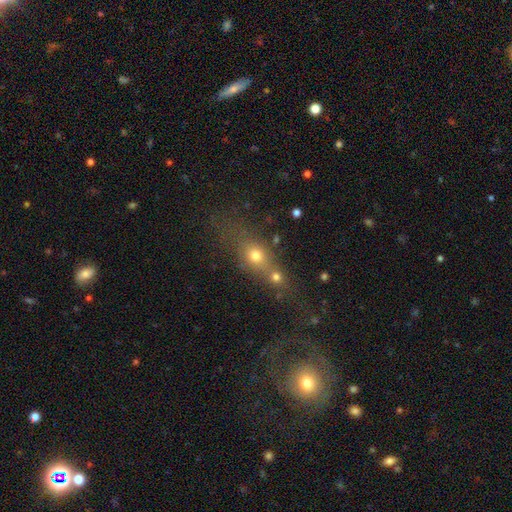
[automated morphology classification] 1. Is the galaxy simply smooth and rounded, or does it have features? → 59% smooth, 21% featured or disk, 20% star or artifact.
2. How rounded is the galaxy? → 41% round, 37% in between, 22% cigar-shaped.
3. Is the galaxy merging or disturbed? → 41% none, 38% merger, 11% minor disturbance, 9% major disturbance.